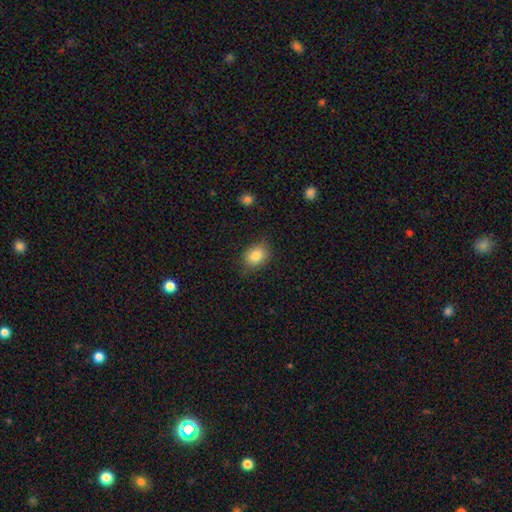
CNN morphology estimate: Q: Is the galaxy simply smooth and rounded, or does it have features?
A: smooth — 83%.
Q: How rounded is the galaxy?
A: in between — 61%.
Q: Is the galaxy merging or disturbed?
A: none — 79%.